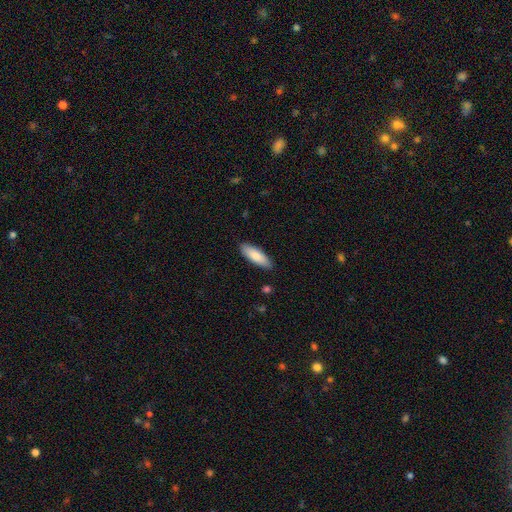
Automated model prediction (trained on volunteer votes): smooth 83%, featured or disk 12%, star or artifact 6%. Down the decision tree: how rounded — in between (60%); merging — none (88%).